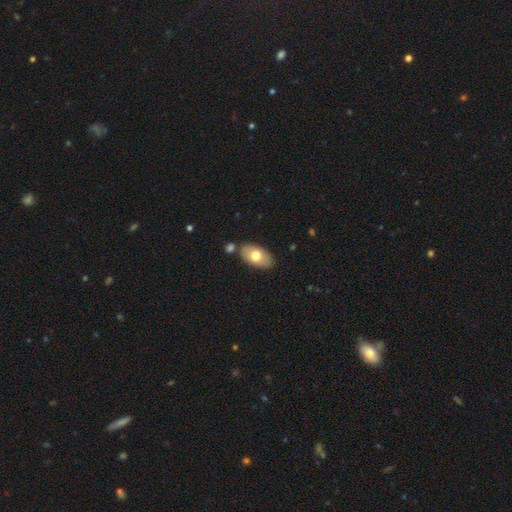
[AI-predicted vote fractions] Smooth or featured?
  - smooth: 70% *
  - featured or disk: 23%
  - star or artifact: 6%
How rounded?
  - in between: 94% *
  - round: 5%
  - cigar-shaped: 2%
Merging?
  - none: 78% *
  - minor disturbance: 11%
  - merger: 8%
  - major disturbance: 3%